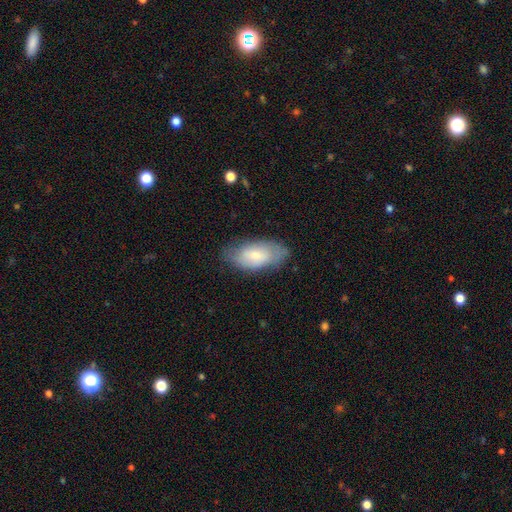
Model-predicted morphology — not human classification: This appears to be a smooth galaxy with no disk features (63%) that is in between round and cigar-shaped (92%). Merging: none (72%).